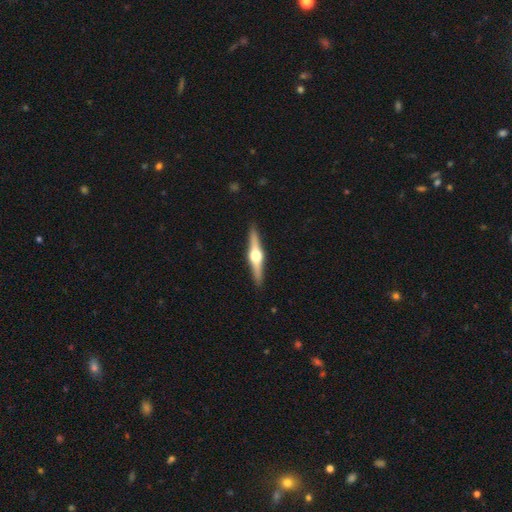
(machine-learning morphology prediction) Smooth or featured?
  - featured or disk: 80% *
  - smooth: 15%
  - star or artifact: 5%
Edge-on disk?
  - yes: 98% *
  - no: 2%
Edge-on bulge?
  - rounded: 96% *
  - boxy: 3%
  - none: 1%
Merging?
  - none: 92% *
  - minor disturbance: 6%
  - major disturbance: 1%
  - merger: 1%